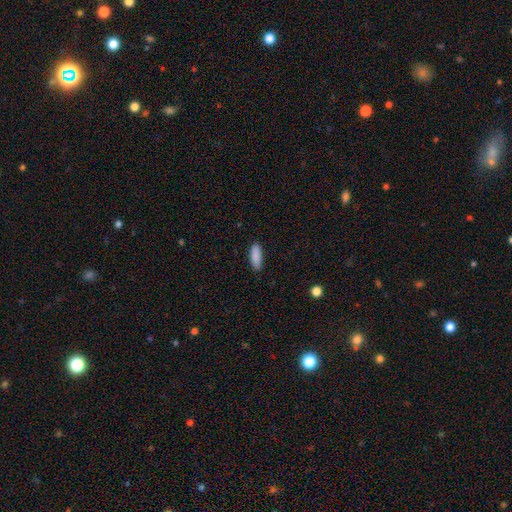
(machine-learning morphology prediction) A smooth galaxy with no disk features (89%) that is in between round and cigar-shaped (54%). Merging: none (87%).